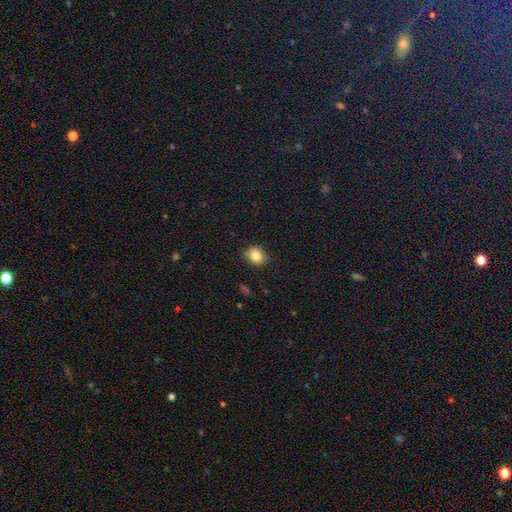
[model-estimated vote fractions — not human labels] A smooth galaxy with no disk features (81%) that is round (62%). Merging: none (82%).